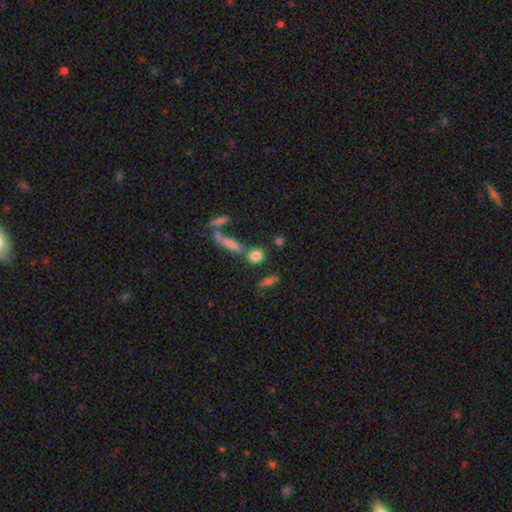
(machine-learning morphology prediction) A smooth galaxy with no disk features (79%) that is round (51%).

Vote fractions:
- Smooth or featured? smooth: 79% / featured or disk: 11% / star or artifact: 11%
- How rounded? round: 51% / in between: 32% / cigar-shaped: 17%
- Merging? none: 62% / merger: 22% / minor disturbance: 11% / major disturbance: 5%